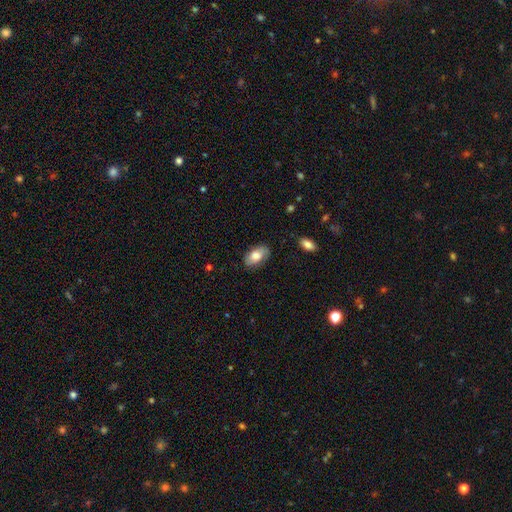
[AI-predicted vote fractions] smooth-or-featured: smooth: 74% | featured or disk: 19% | star or artifact: 7%
  how-rounded: in between: 93% | round: 5% | cigar-shaped: 2%
  merging: none: 78% | minor disturbance: 17% | major disturbance: 4% | merger: 1%